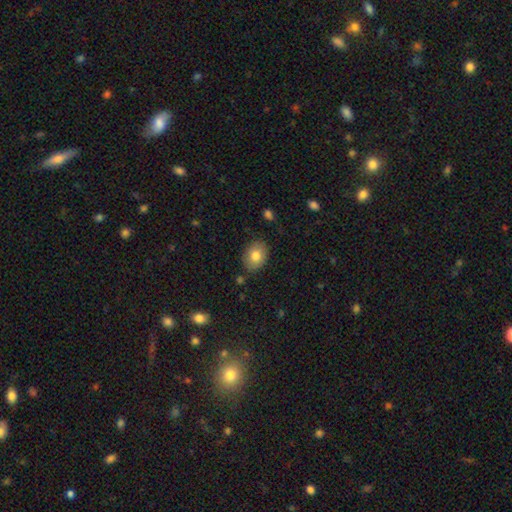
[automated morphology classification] This is likely a smooth galaxy (79%). How rounded: likely in between (67%). Merging: clearly none (85%).